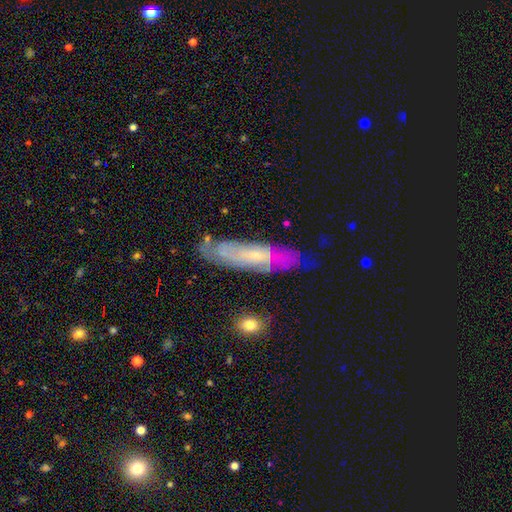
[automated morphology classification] type=featured or disk (68%); edge-on=no (66%); merging=none (79%).